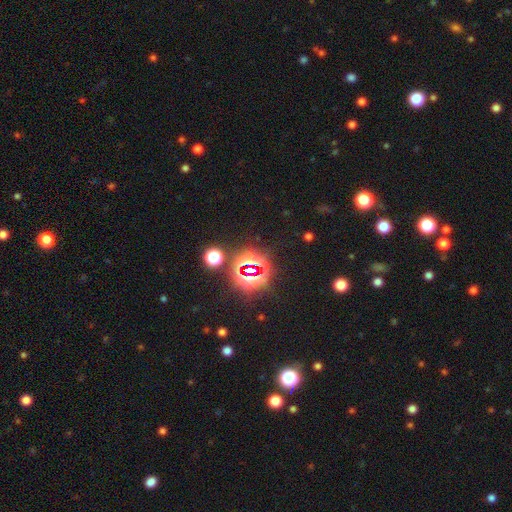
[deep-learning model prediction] Smooth or featured? Predicted: star or artifact (p=0.79).